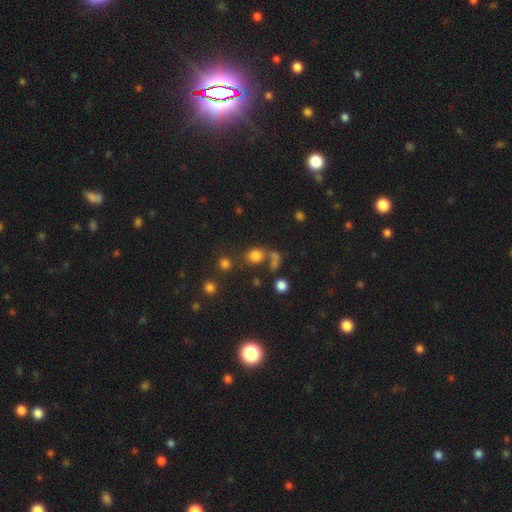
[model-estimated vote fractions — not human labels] Smooth or featured? Predicted: smooth (p=0.75). How rounded? Predicted: round (p=0.64). Merging? Predicted: none (p=0.58).